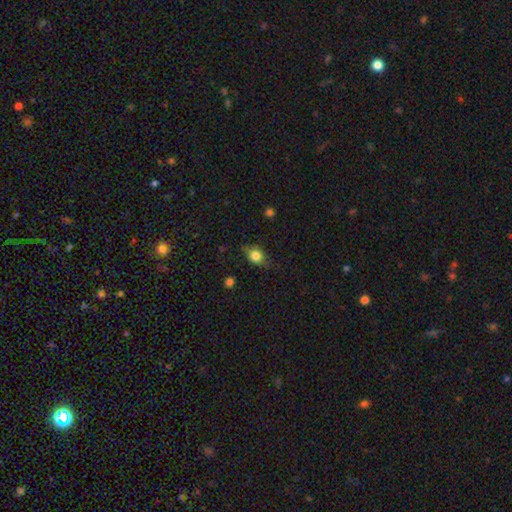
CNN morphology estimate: Q: Smooth or featured?
A: smooth (77%); runner-up: featured or disk (14%)
Q: How rounded?
A: in between (58%); runner-up: round (39%)
Q: Merging?
A: none (72%); runner-up: minor disturbance (22%)